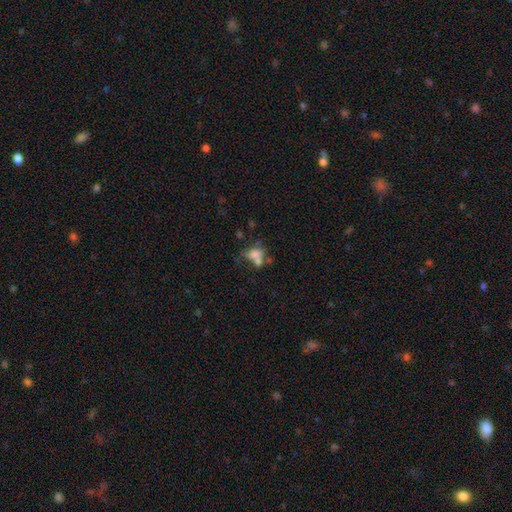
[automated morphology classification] Smooth or featured? Predicted: smooth (p=0.62). How rounded? Predicted: in between (p=0.69). Merging? Predicted: merger (p=0.47).